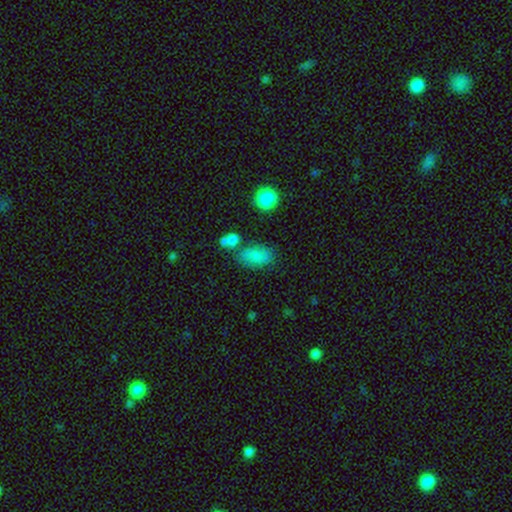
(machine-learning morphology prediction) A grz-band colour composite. It shows a smooth galaxy with no disk features (82%) that is in between round and cigar-shaped (89%). Merging: none (68%).